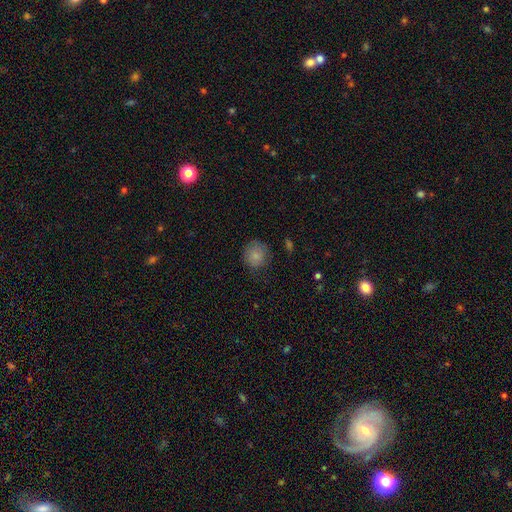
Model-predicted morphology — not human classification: This appears to be a smooth galaxy with no disk features (82%) that is round (89%). Merging: none (77%).